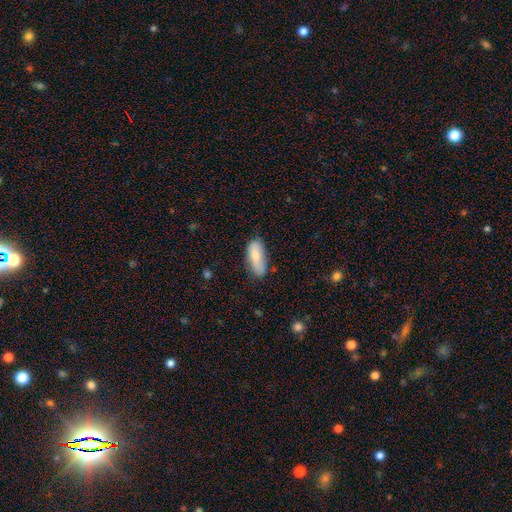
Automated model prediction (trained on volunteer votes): Morphology: type=smooth (77%); roundness=in between (78%); merging=none (66%).